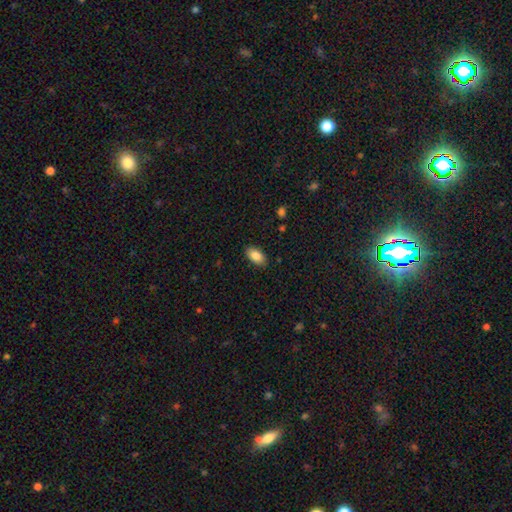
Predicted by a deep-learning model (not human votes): This appears to be a smooth galaxy with no disk features (87%) that is in between round and cigar-shaped (93%). Merging: none (87%).